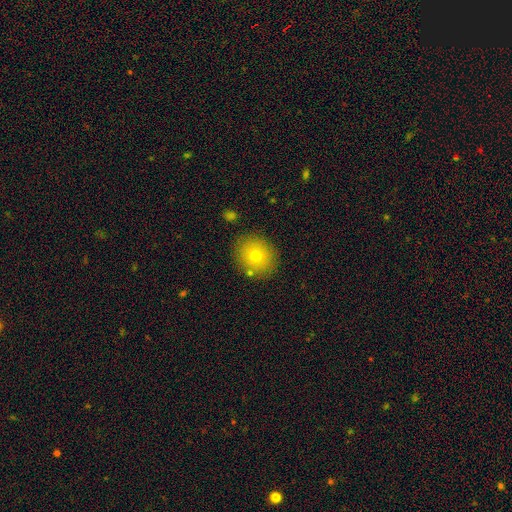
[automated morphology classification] A smooth galaxy with no disk features (73%) that is round (79%). Merging: none (85%).